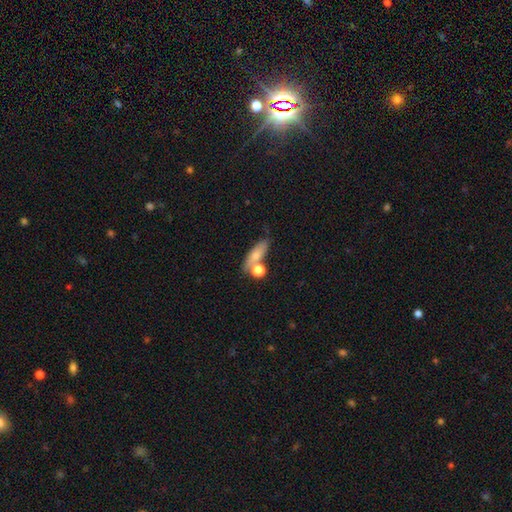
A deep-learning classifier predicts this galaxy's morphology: The model was most divided on "how rounded": in between: 55%, cigar-shaped: 33%, round: 12%. More confident: smooth or featured — smooth (71%); merging — none (54%).